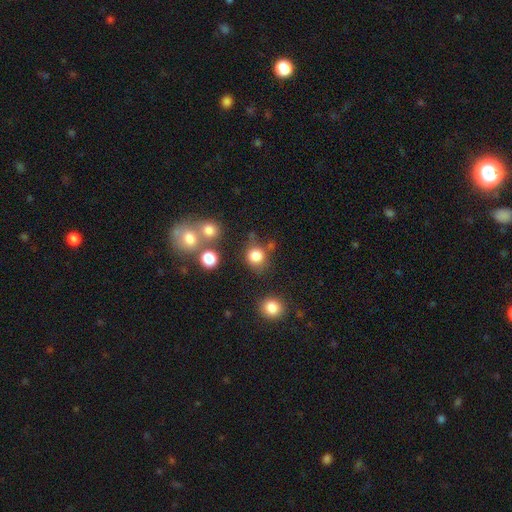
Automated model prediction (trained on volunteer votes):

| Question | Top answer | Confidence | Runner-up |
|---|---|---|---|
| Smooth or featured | smooth | 82% | star or artifact (12%) |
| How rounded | round | 85% | in between (14%) |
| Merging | none | 69% | minor disturbance (14%) |